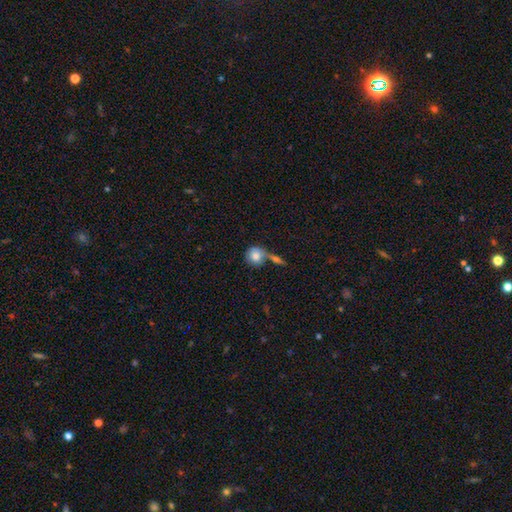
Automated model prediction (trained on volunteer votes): Smooth or featured: smooth — 77% (featured or disk — 15%)
How rounded: round — 86% (in between — 13%)
Merging: none — 43% (merger — 37%)